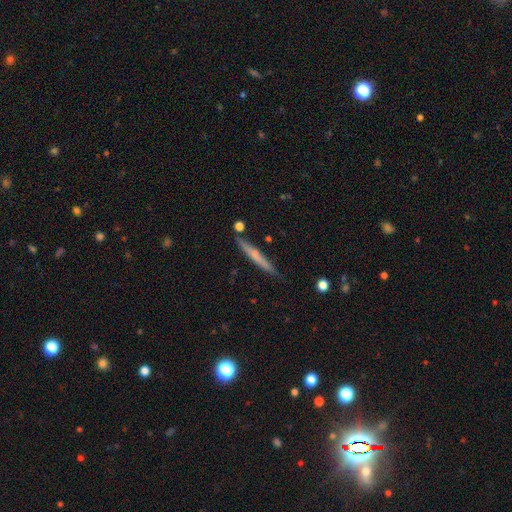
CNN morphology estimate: smooth-or-featured: smooth: 50% | featured or disk: 44% | star or artifact: 6%
  merging: none: 83% | minor disturbance: 12% | merger: 3% | major disturbance: 2%